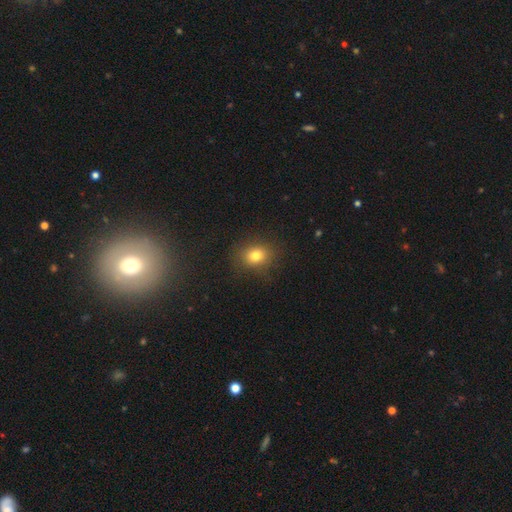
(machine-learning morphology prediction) Smooth or featured? Predicted: smooth (p=0.78). How rounded? Predicted: round (p=0.56). Merging? Predicted: none (p=0.83).